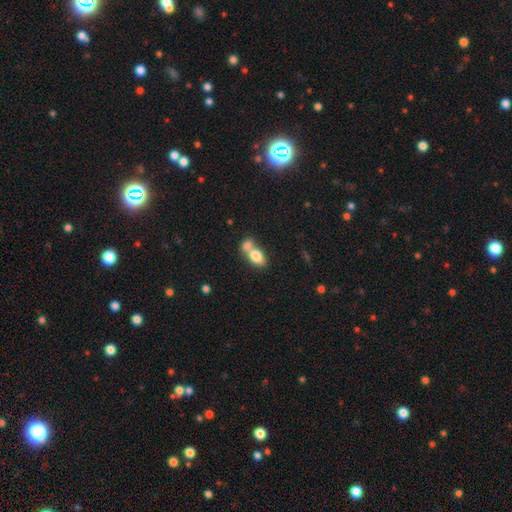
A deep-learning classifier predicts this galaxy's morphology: A smooth galaxy with no disk features (78%) that is in between round and cigar-shaped (83%). Merging: merger (62%).